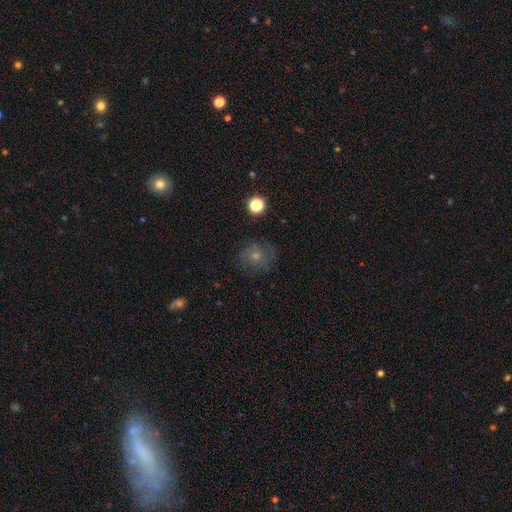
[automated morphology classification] smooth-or-featured: smooth: 66% | featured or disk: 20% | star or artifact: 14%
  how-rounded: round: 85% | in between: 14% | cigar-shaped: 1%
  merging: none: 74% | minor disturbance: 17% | major disturbance: 8% | merger: 2%